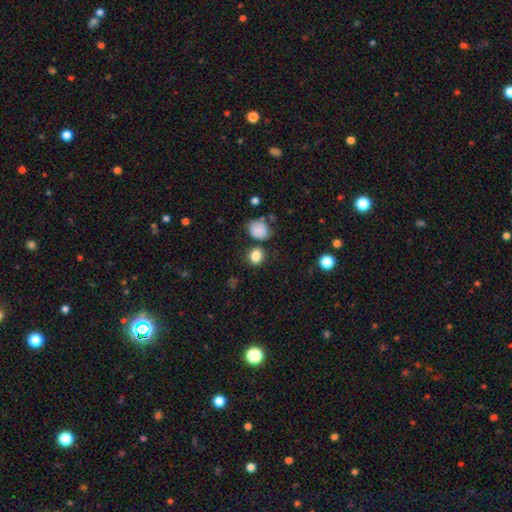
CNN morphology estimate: Smooth or featured: smooth — 83% (star or artifact — 12%)
How rounded: round — 58% (in between — 41%)
Merging: none — 74% (minor disturbance — 13%)